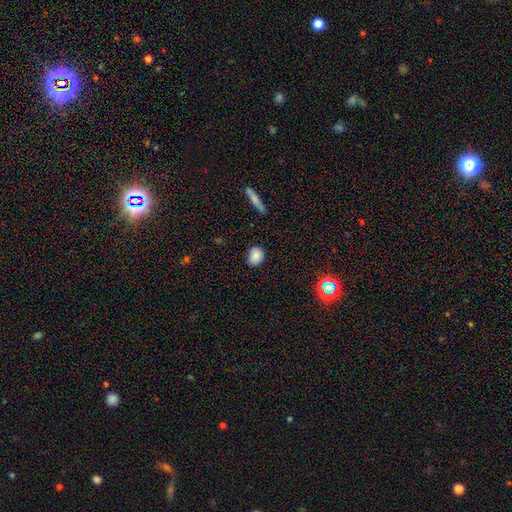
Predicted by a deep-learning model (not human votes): Smooth or featured? smooth (86%)
How rounded? in between (52%)
Merging? none (86%)